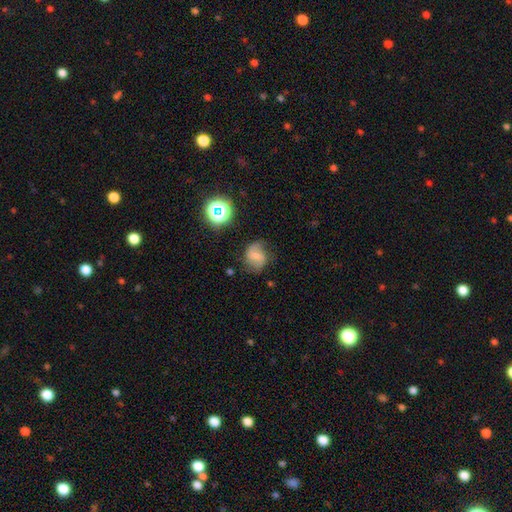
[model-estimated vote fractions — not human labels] Smooth or featured?
  - featured or disk: 46% *
  - smooth: 40%
  - star or artifact: 14%
Merging?
  - none: 59% *
  - minor disturbance: 26%
  - major disturbance: 13%
  - merger: 2%